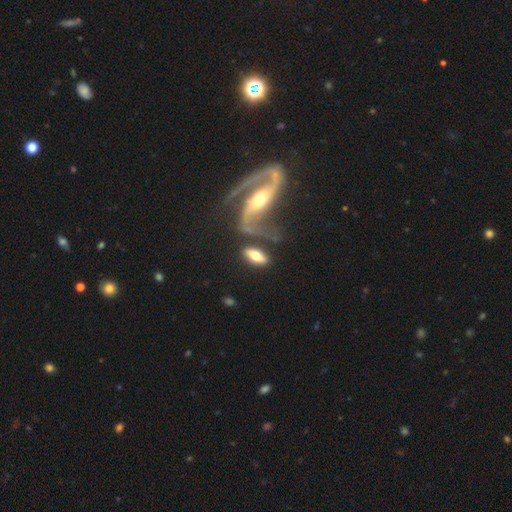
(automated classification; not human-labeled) The model was most divided on "smooth or featured": smooth: 62%, featured or disk: 31%, star or artifact: 6%. More confident: how rounded — in between (79%); merging — none (56%).